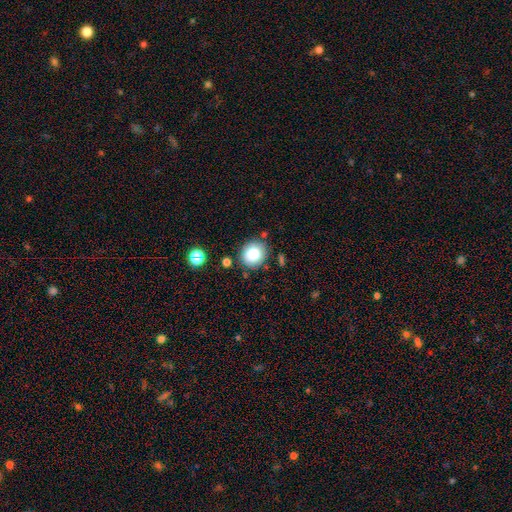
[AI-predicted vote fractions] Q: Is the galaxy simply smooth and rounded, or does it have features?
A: smooth — 83%.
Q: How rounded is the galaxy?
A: round — 83%.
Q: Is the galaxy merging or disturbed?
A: none — 81%.